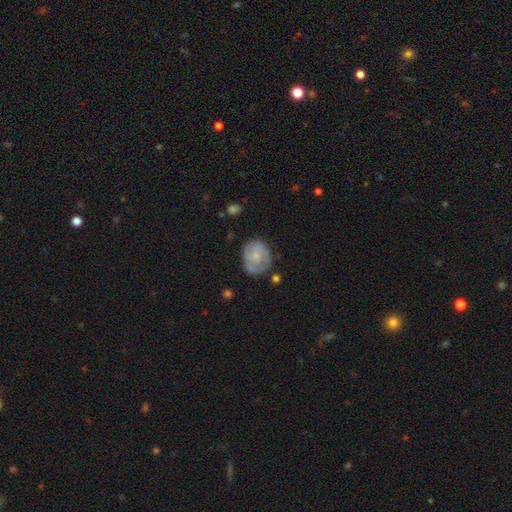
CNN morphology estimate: Smooth or featured?
  - featured or disk: 47% *
  - smooth: 46%
  - star or artifact: 7%
Merging?
  - none: 64% *
  - minor disturbance: 24%
  - major disturbance: 9%
  - merger: 3%